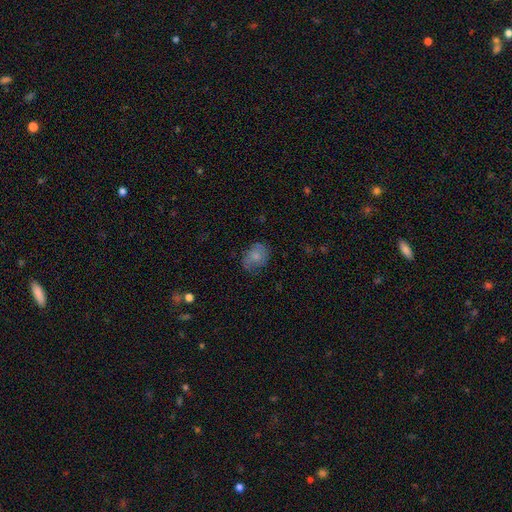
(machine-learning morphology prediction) Q: Smooth or featured?
A: smooth (71%); runner-up: featured or disk (21%)
Q: How rounded?
A: in between (56%); runner-up: round (43%)
Q: Merging?
A: none (66%); runner-up: minor disturbance (25%)